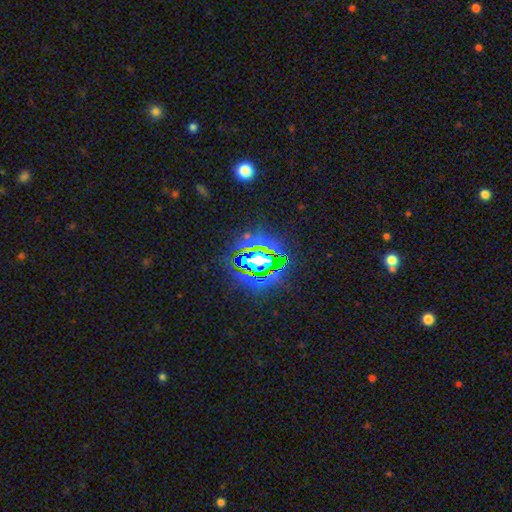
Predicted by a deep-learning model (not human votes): Smooth or featured: star or artifact — 75% (smooth — 13%)